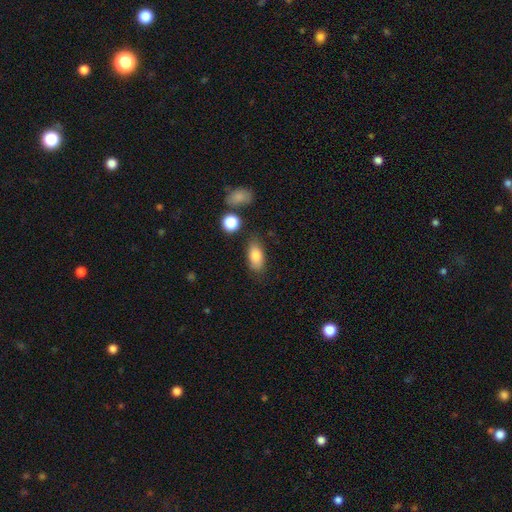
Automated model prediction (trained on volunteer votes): A smooth galaxy with no disk features (81%) that is in between round and cigar-shaped (88%).

Vote fractions:
- Smooth or featured? smooth: 81% / featured or disk: 11% / star or artifact: 8%
- How rounded? in between: 88% / cigar-shaped: 6% / round: 6%
- Merging? none: 78% / minor disturbance: 15% / major disturbance: 4% / merger: 3%